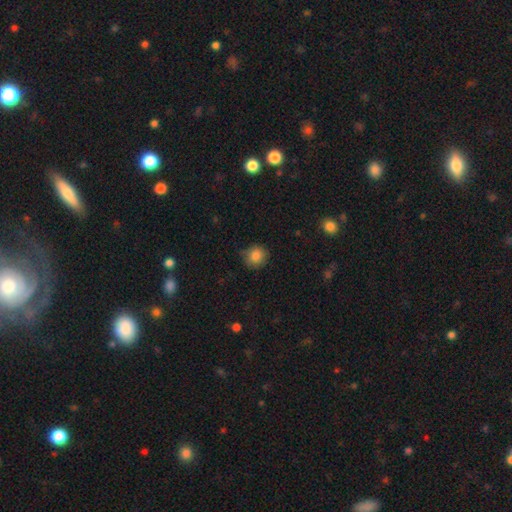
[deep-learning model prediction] A smooth galaxy with no disk features (84%) that is round (90%). Merging: none (81%).